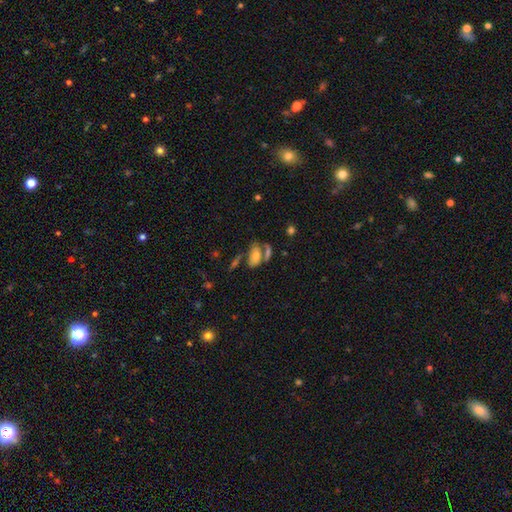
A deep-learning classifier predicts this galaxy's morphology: Smooth or featured?
  - smooth: 59% *
  - featured or disk: 31%
  - star or artifact: 10%
How rounded?
  - in between: 86% *
  - round: 8%
  - cigar-shaped: 5%
Merging?
  - none: 42% *
  - merger: 33%
  - minor disturbance: 15%
  - major disturbance: 9%